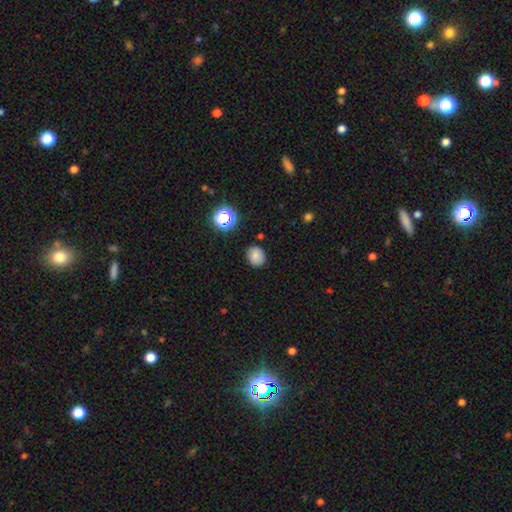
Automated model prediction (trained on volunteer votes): Smooth or featured? Predicted: smooth (p=0.79). How rounded? Predicted: round (p=0.67). Merging? Predicted: none (p=0.85).